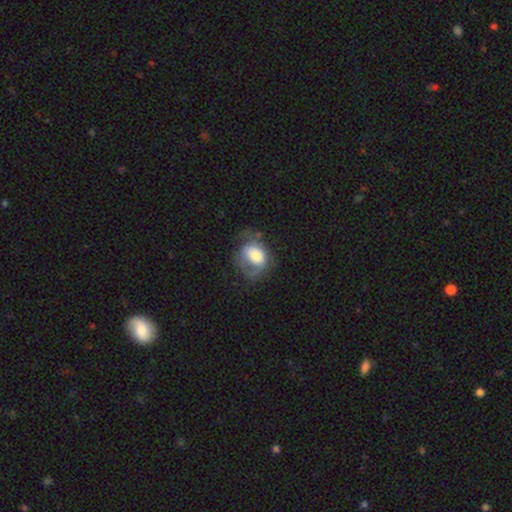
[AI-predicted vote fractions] smooth 60%, featured or disk 32%, star or artifact 8%. Down the decision tree: how rounded — in between (51%); merging — none (38%).